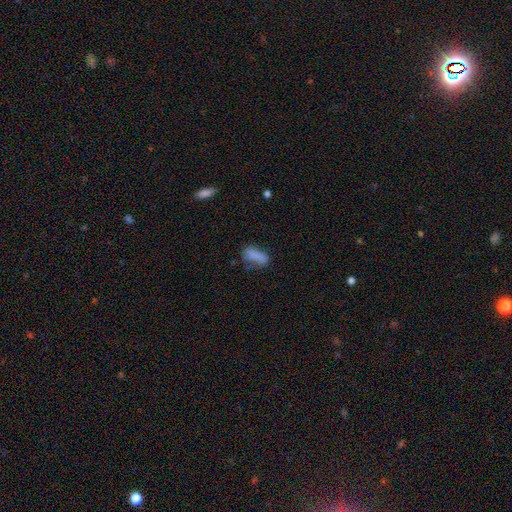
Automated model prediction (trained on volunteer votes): This appears to be a smooth galaxy with no disk features (78%) that is in between round and cigar-shaped (79%). Merging: none (50%).